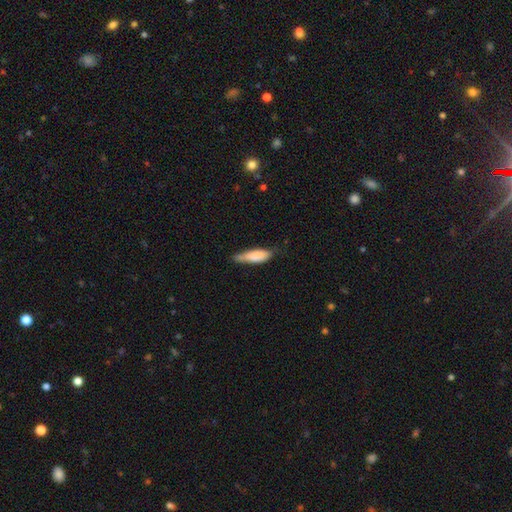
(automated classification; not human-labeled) Morphology: type=smooth (80%); roundness=cigar-shaped (51%); merging=none (53%).